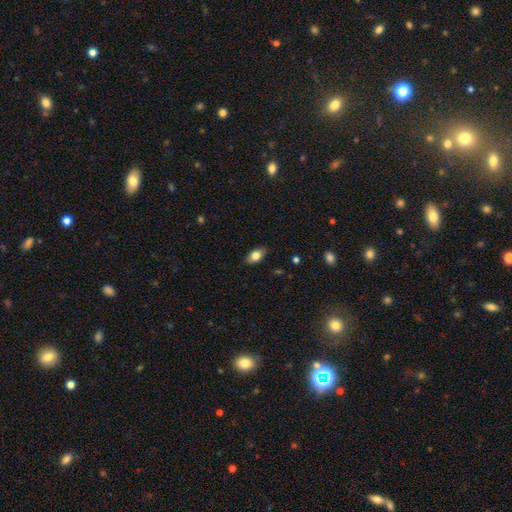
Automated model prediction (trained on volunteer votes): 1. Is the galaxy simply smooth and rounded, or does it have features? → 80% smooth, 13% featured or disk, 8% star or artifact.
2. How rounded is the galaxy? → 91% in between, 6% round, 3% cigar-shaped.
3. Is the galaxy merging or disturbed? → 87% none, 10% minor disturbance, 2% major disturbance, 1% merger.